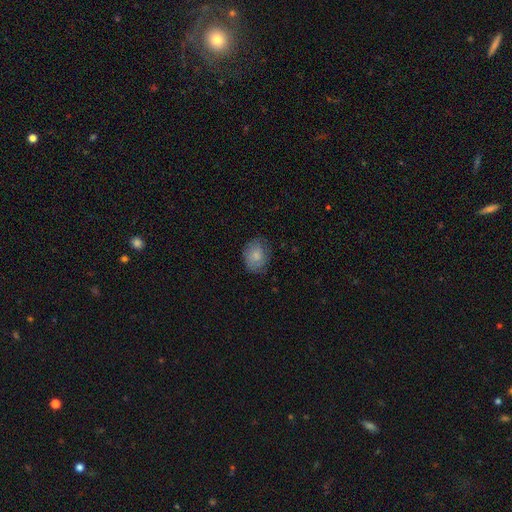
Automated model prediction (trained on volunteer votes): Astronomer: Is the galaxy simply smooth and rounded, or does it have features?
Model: smooth — 74%.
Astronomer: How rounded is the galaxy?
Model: round — 51% (runner-up: in between, 48%).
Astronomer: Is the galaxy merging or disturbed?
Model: none — 72%.